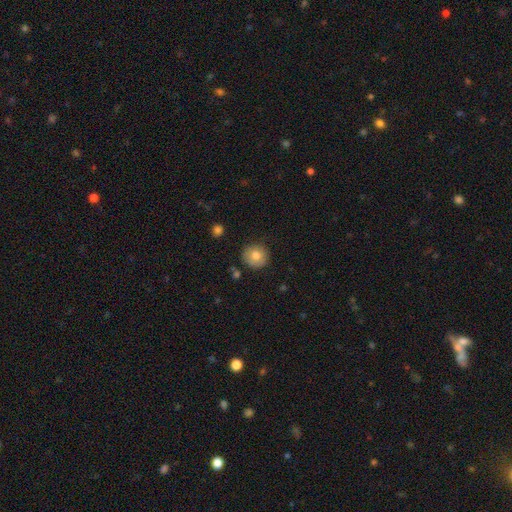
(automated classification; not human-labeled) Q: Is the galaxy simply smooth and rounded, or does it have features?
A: smooth — 77%.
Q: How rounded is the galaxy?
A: round — 92%.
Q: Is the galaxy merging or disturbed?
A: none — 82%.